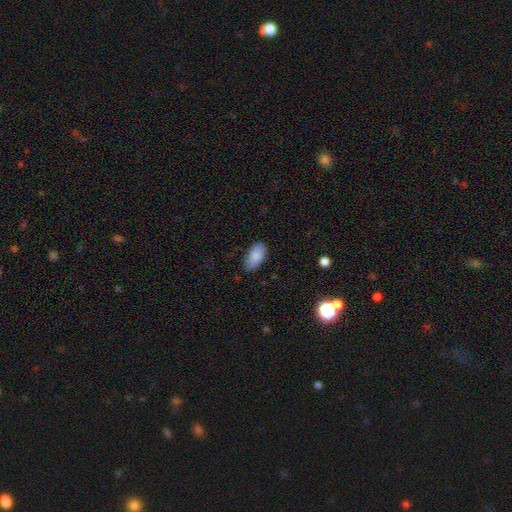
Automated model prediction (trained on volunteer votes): Morphology: type=smooth (86%); roundness=in between (94%); merging=none (80%).